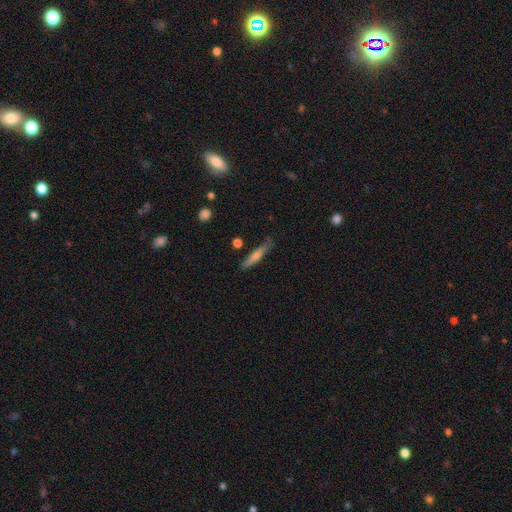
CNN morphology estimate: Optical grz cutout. It shows a smooth galaxy with no disk features (51%) that is cigar-shaped (90%). Merging: none (79%).